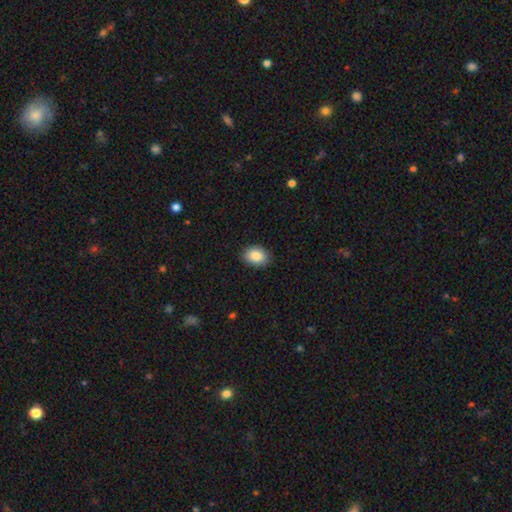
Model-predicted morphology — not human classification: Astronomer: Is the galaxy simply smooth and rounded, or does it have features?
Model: smooth — 87%.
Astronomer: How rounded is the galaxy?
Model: in between — 79%.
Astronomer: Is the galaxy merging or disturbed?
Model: none — 89%.